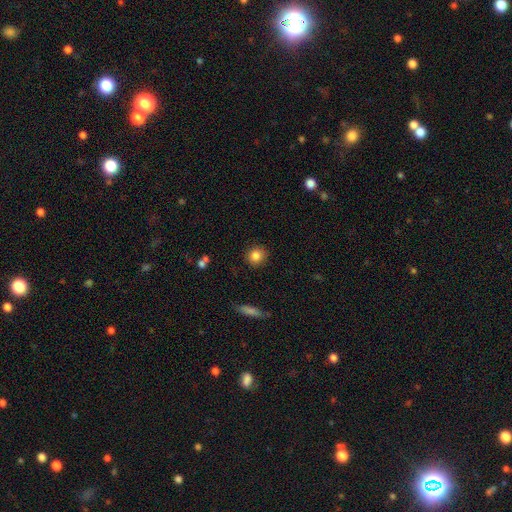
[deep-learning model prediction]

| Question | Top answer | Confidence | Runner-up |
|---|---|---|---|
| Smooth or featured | smooth | 84% | star or artifact (9%) |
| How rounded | round | 89% | in between (10%) |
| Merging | none | 90% | minor disturbance (7%) |